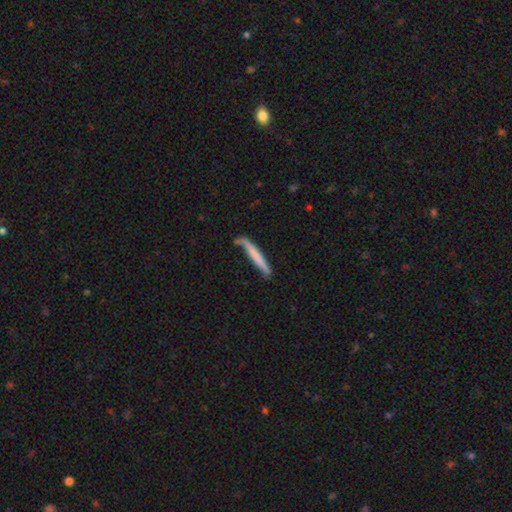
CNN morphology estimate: Smooth or featured: smooth — 65% (featured or disk — 29%)
How rounded: cigar-shaped — 96% (in between — 3%)
Merging: none — 68% (minor disturbance — 21%)